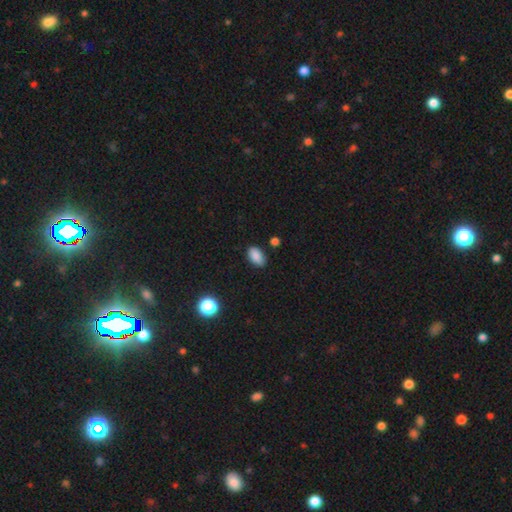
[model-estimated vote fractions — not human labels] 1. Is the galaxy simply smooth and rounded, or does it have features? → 86% smooth, 10% star or artifact, 4% featured or disk.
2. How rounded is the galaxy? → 90% in between, 8% round, 2% cigar-shaped.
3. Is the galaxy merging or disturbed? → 76% none, 18% minor disturbance, 3% major disturbance, 3% merger.